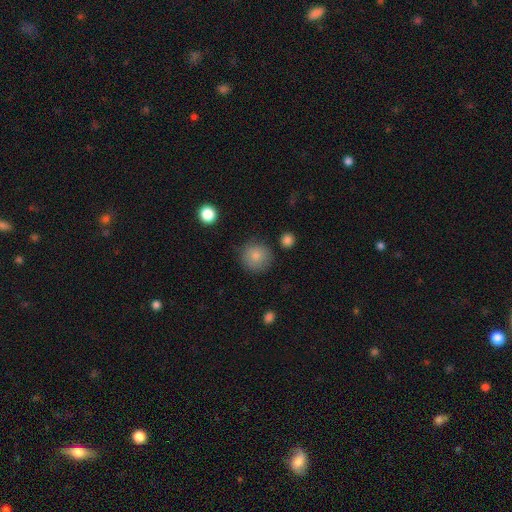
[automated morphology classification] type=smooth (84%); roundness=round (93%); merging=none (83%).